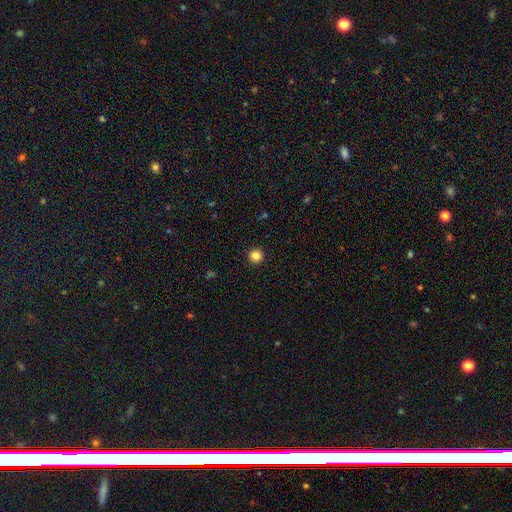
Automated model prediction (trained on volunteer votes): Q: Smooth or featured?
A: smooth (84%); runner-up: star or artifact (12%)
Q: How rounded?
A: round (95%); runner-up: in between (4%)
Q: Merging?
A: none (93%); runner-up: minor disturbance (4%)